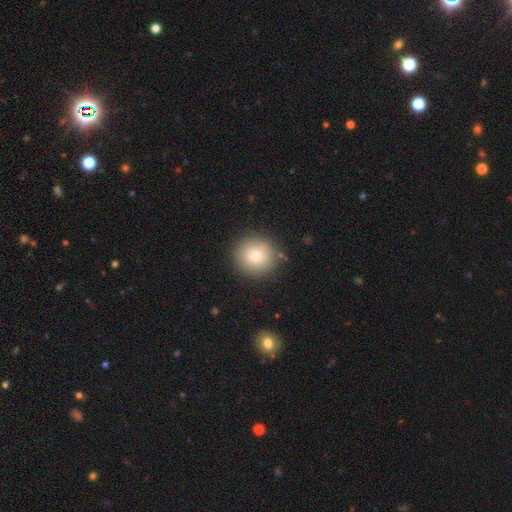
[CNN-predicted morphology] A smooth galaxy with no disk features (82%) that is round (94%). Merging: none (87%).